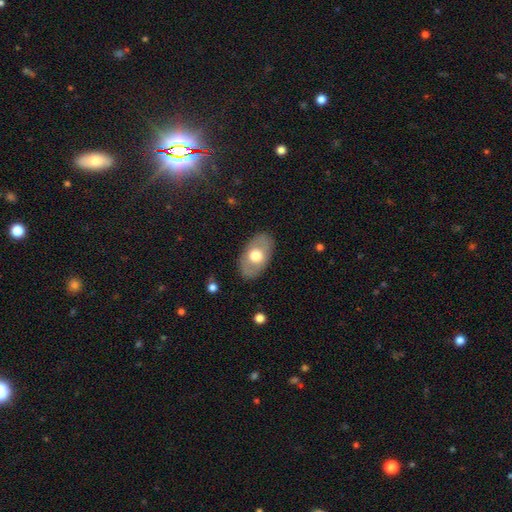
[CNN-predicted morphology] A smooth galaxy with no disk features (58%) that is in between round and cigar-shaped (91%).

Vote fractions:
- Smooth or featured? smooth: 58% / featured or disk: 37% / star or artifact: 5%
- How rounded? in between: 91% / round: 8% / cigar-shaped: 1%
- Merging? none: 85% / minor disturbance: 11% / major disturbance: 3% / merger: 1%